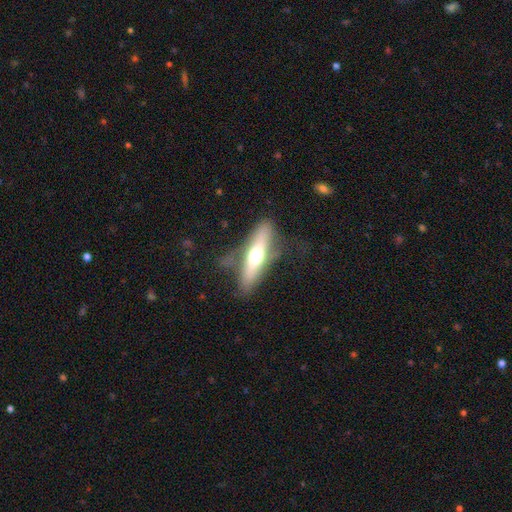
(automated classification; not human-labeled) featured or disk 51%, smooth 43%, star or artifact 6%. Down the decision tree: edge-on disk — yes (75%); merging — none (69%).